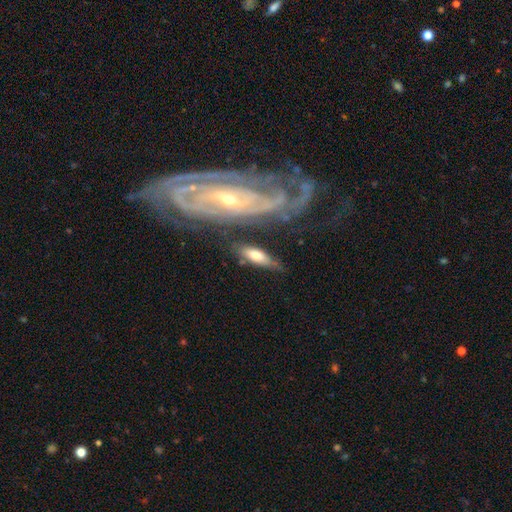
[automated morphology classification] Q: Smooth or featured?
A: smooth (59%); runner-up: featured or disk (35%)
Q: How rounded?
A: in between (63%); runner-up: cigar-shaped (34%)
Q: Merging?
A: none (64%); runner-up: minor disturbance (19%)